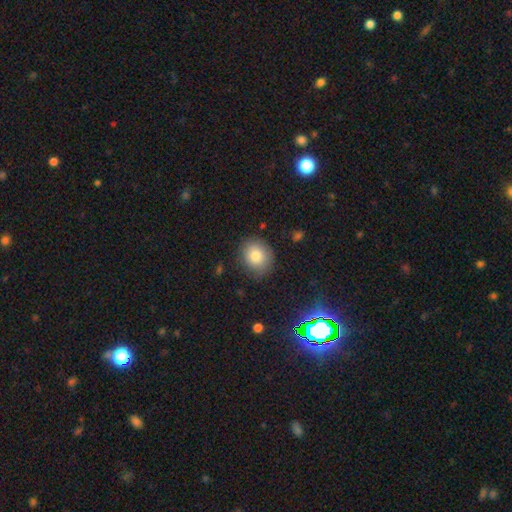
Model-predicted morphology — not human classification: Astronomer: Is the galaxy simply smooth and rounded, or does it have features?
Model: smooth — 82%.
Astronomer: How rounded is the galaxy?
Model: round — 71%.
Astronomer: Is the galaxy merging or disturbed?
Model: none — 83%.